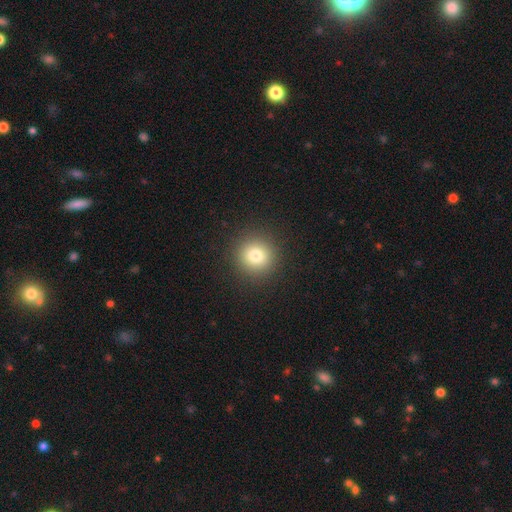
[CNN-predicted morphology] A smooth galaxy with no disk features (80%) that is round (94%). Merging: none (92%).